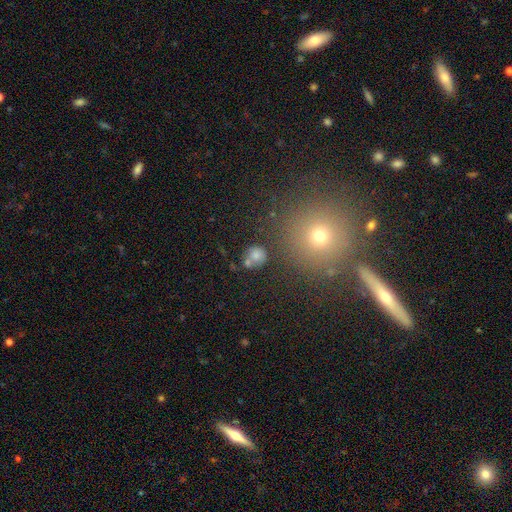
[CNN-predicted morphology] Smooth or featured? smooth (73%)
How rounded? round (85%)
Merging? none (63%)